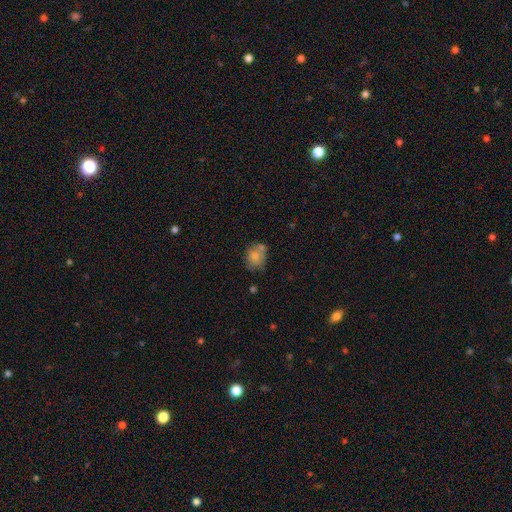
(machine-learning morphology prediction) This is likely a smooth galaxy (76%). How rounded: possibly round (54%). Merging: possibly none (47%).